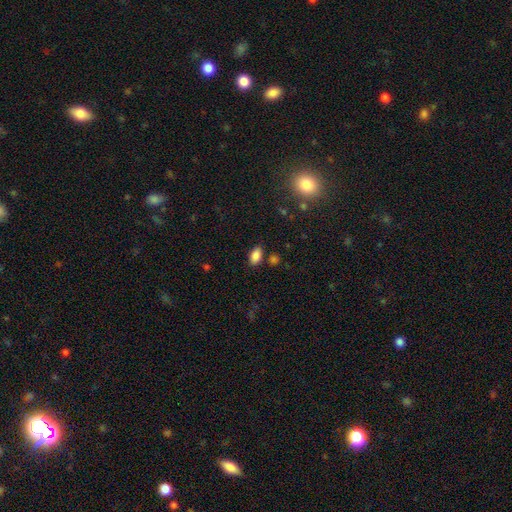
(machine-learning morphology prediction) smooth-or-featured: smooth: 86% | star or artifact: 9% | featured or disk: 4%
  how-rounded: in between: 92% | round: 6% | cigar-shaped: 2%
  merging: none: 81% | minor disturbance: 12% | merger: 4% | major disturbance: 3%